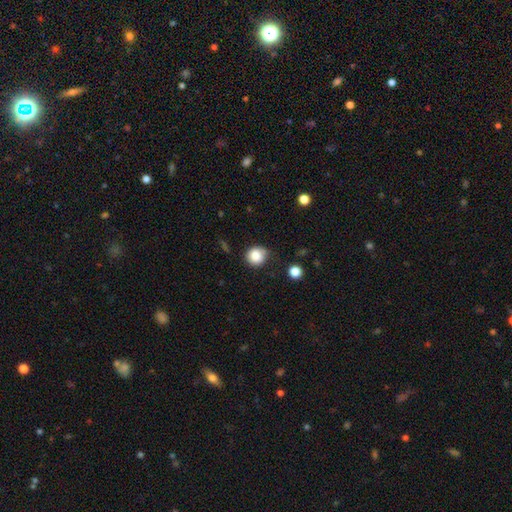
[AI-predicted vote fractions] A smooth galaxy with no disk features (85%) that is round (87%). Merging: none (66%).